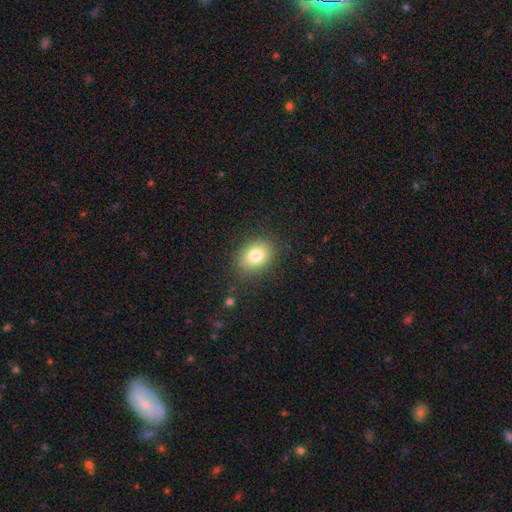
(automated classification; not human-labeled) This is clearly a smooth galaxy (81%). How rounded: likely in between (69%). Merging: clearly none (84%).